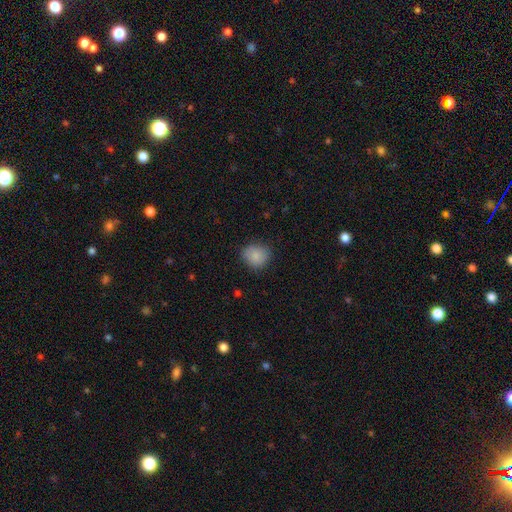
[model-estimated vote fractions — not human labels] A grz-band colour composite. It shows a smooth galaxy with no disk features (86%) that is round (78%). Merging: none (80%).